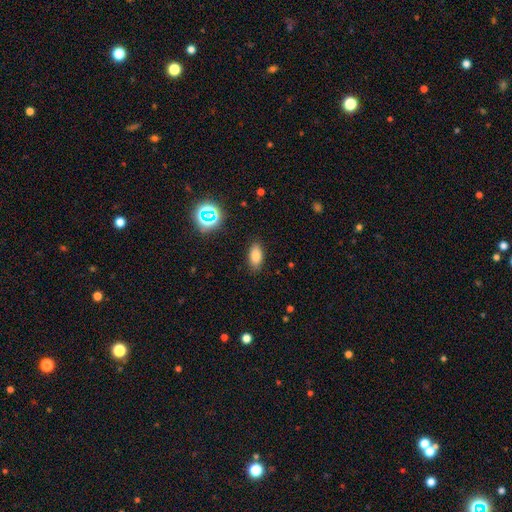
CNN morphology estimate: The model was most divided on "smooth or featured": smooth: 80%, star or artifact: 13%, featured or disk: 7%. More confident: how rounded — in between (87%); merging — none (86%).